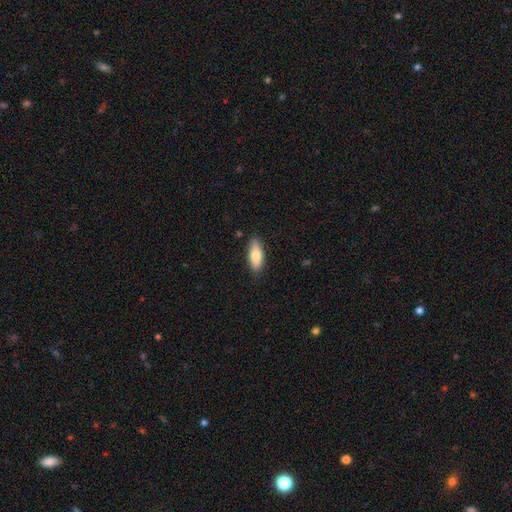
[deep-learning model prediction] Smooth or featured? smooth (77%)
How rounded? in between (73%)
Merging? none (86%)